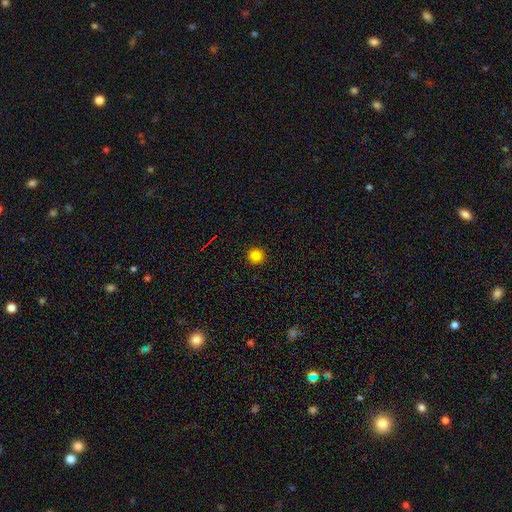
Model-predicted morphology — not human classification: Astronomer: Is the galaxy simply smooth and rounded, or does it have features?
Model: smooth — 83%.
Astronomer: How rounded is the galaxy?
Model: round — 96%.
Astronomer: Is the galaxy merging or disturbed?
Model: none — 93%.